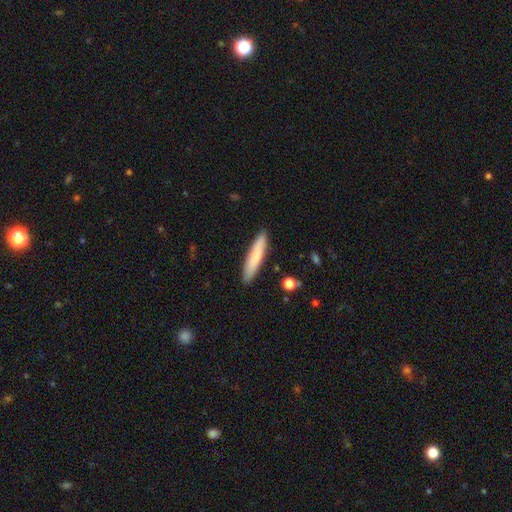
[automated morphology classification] smooth-or-featured: smooth: 78% | featured or disk: 16% | star or artifact: 6%
  how-rounded: cigar-shaped: 91% | in between: 8% | round: 1%
  merging: none: 90% | minor disturbance: 7% | major disturbance: 1% | merger: 1%